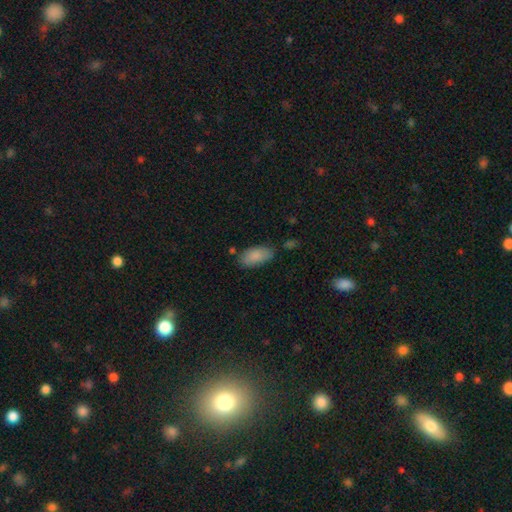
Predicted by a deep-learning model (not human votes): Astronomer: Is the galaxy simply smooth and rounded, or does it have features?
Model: smooth — 86%.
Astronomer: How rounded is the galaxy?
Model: in between — 92%.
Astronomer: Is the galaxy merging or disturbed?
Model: none — 69%.